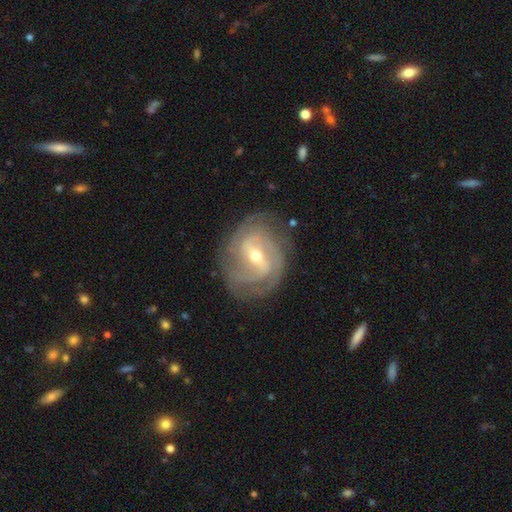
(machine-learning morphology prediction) Smooth or featured? Predicted: featured or disk (p=0.88). Edge-on disk? Predicted: no (p=0.97). Bar? Predicted: weak (p=0.45). Spiral arms? Predicted: yes (p=0.95). Spiral winding? Predicted: tight (p=0.54). Spiral arm count? Predicted: 2 (p=0.30). Bulge size? Predicted: moderate (p=0.53). Merging? Predicted: none (p=0.77).